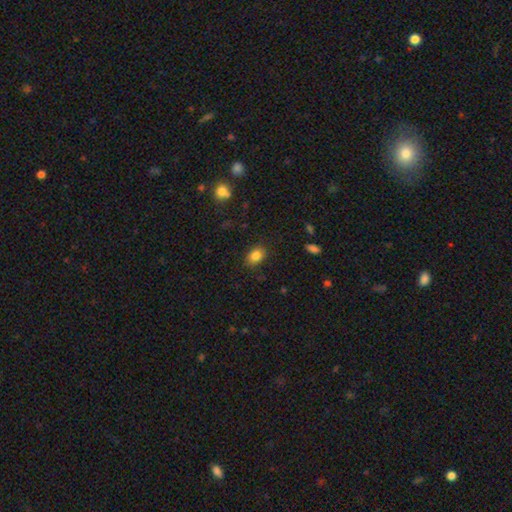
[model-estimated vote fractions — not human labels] Q: Smooth or featured?
A: smooth (84%); runner-up: star or artifact (10%)
Q: How rounded?
A: in between (70%); runner-up: round (29%)
Q: Merging?
A: none (85%); runner-up: minor disturbance (11%)